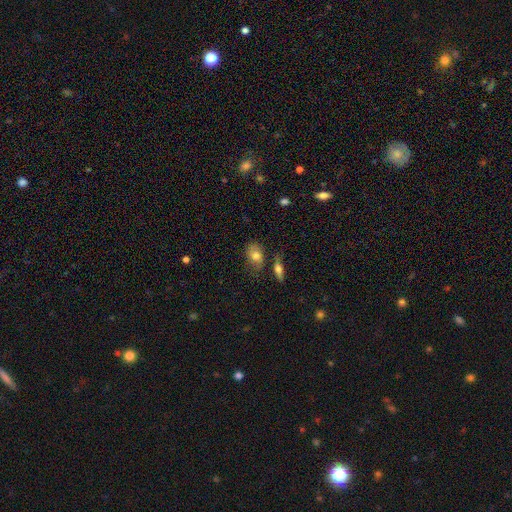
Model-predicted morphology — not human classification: A smooth galaxy with no disk features (74%) that is in between round and cigar-shaped (82%).

Vote fractions:
- Smooth or featured? smooth: 74% / featured or disk: 17% / star or artifact: 8%
- How rounded? in between: 82% / round: 15% / cigar-shaped: 3%
- Merging? none: 61% / minor disturbance: 22% / merger: 11% / major disturbance: 7%